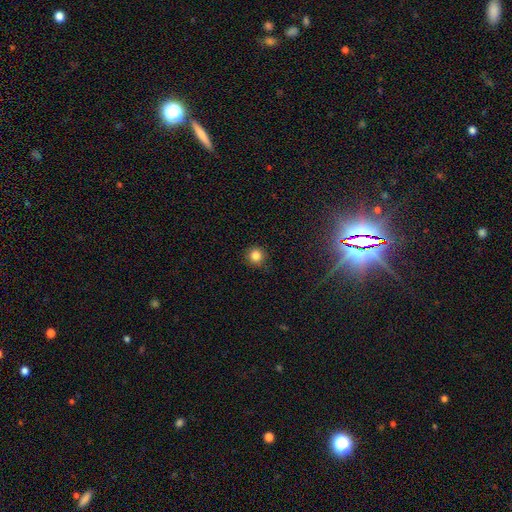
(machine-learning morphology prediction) smooth-or-featured: smooth: 84% | star or artifact: 12% | featured or disk: 4%
  how-rounded: round: 95% | in between: 4% | cigar-shaped: 1%
  merging: none: 90% | minor disturbance: 7% | major disturbance: 2% | merger: 1%